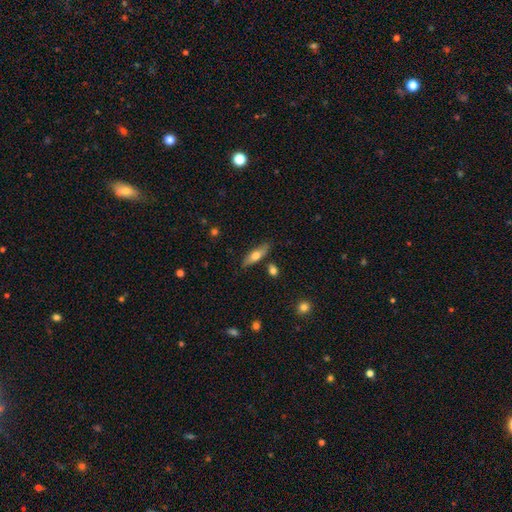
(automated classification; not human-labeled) Smooth or featured? smooth (56%)
How rounded? cigar-shaped (54%)
Merging? none (78%)